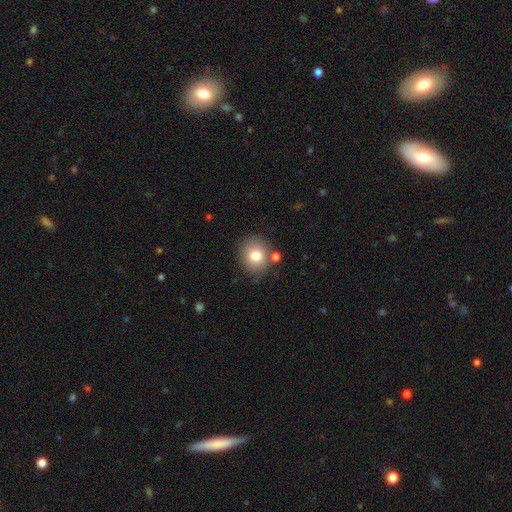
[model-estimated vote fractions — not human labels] Smooth or featured?
  - smooth: 78% *
  - featured or disk: 11%
  - star or artifact: 10%
How rounded?
  - round: 77% *
  - in between: 22%
  - cigar-shaped: 1%
Merging?
  - none: 78% *
  - minor disturbance: 11%
  - merger: 8%
  - major disturbance: 3%